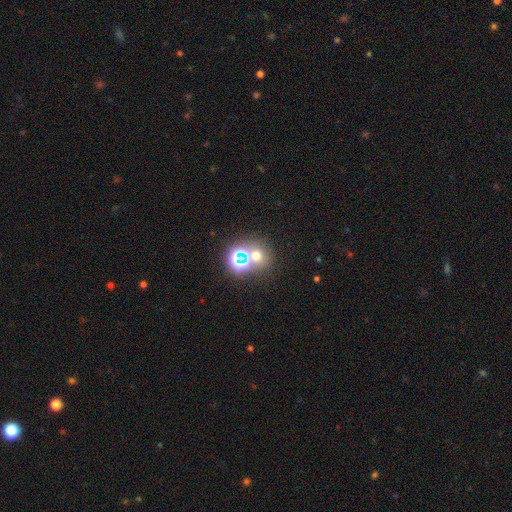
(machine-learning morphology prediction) The model was most divided on "smooth or featured": smooth: 48%, star or artifact: 41%, featured or disk: 11%. More confident: merging — none (60%).